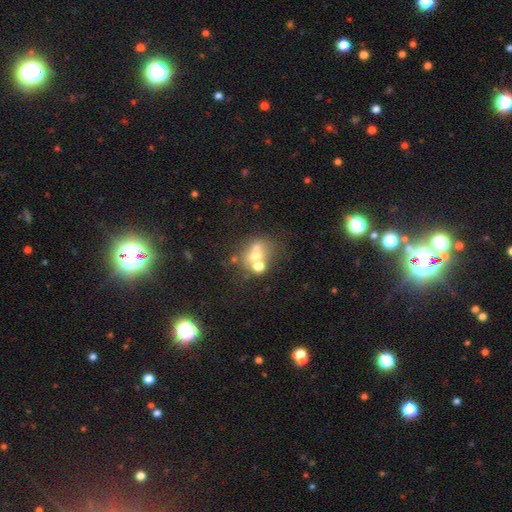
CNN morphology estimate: This appears to be a smooth galaxy with no disk features (49%). Merging: merger (47%).